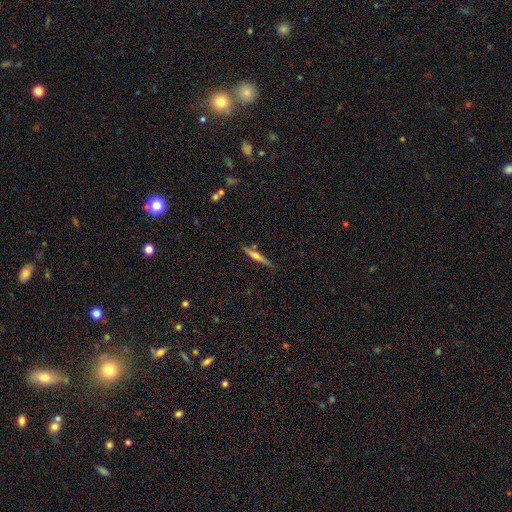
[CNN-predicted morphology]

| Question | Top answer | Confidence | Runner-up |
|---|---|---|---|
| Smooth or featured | featured or disk | 58% | smooth (35%) |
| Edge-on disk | yes | 96% | no (4%) |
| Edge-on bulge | rounded | 84% | none (10%) |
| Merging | none | 80% | minor disturbance (14%) |